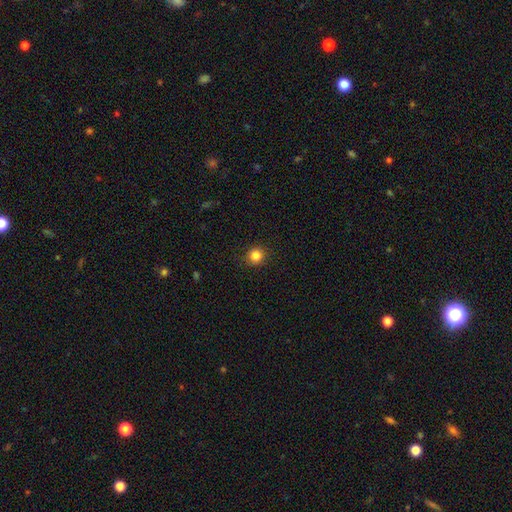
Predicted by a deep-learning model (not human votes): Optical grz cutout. It shows a smooth galaxy with no disk features (84%) that is round (90%). Merging: none (91%).